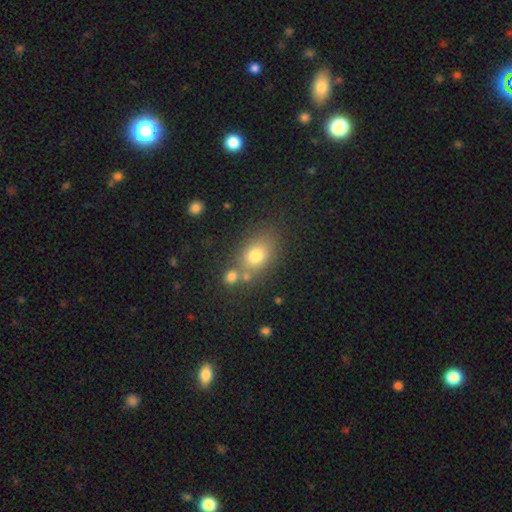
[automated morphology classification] A smooth galaxy with no disk features (75%) that is in between round and cigar-shaped (71%).

Vote fractions:
- Smooth or featured? smooth: 75% / featured or disk: 13% / star or artifact: 12%
- How rounded? in between: 71% / round: 27% / cigar-shaped: 2%
- Merging? none: 61% / merger: 19% / minor disturbance: 14% / major disturbance: 5%